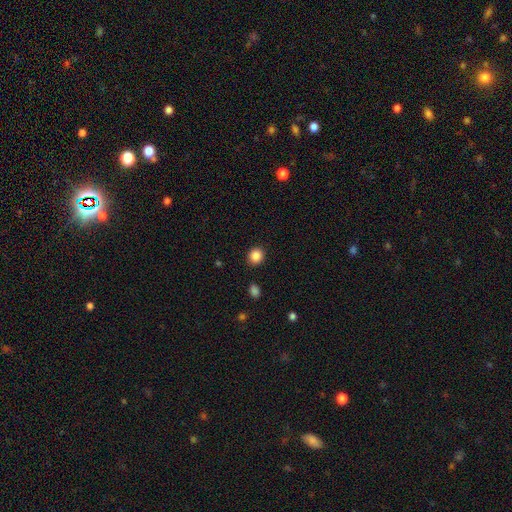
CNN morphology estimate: A smooth galaxy with no disk features (87%) that is round (84%).

Vote fractions:
- Smooth or featured? smooth: 87% / star or artifact: 10% / featured or disk: 3%
- How rounded? round: 84% / in between: 16% / cigar-shaped: 1%
- Merging? none: 89% / minor disturbance: 7% / major disturbance: 2% / merger: 2%